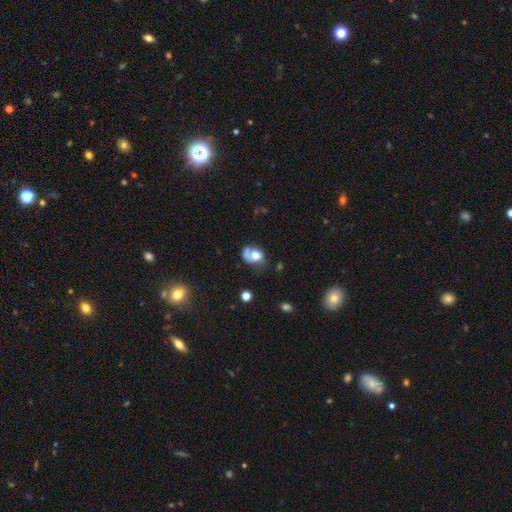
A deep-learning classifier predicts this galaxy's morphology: smooth-or-featured: smooth: 57% | featured or disk: 32% | star or artifact: 11%
  how-rounded: in between: 55% | round: 44% | cigar-shaped: 1%
  merging: none: 28% | major disturbance: 27% | merger: 27% | minor disturbance: 19%